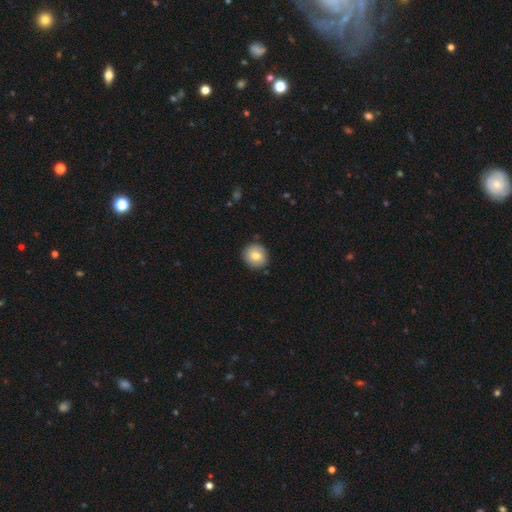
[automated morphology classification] This is likely a smooth galaxy (76%). How rounded: clearly round (92%). Merging: clearly none (88%).